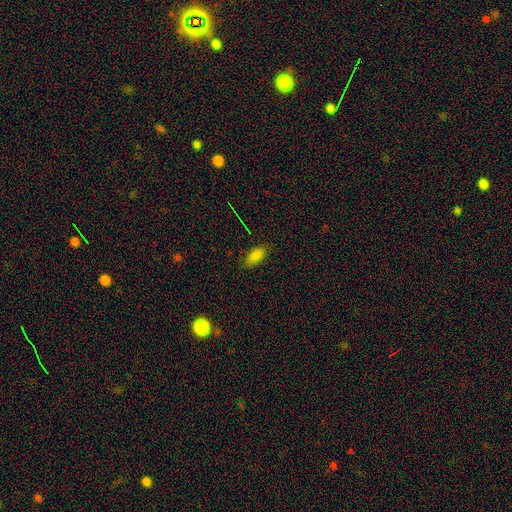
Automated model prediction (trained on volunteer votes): smooth 82%, star or artifact 13%, featured or disk 5%. Down the decision tree: how rounded — in between (90%); merging — none (82%).